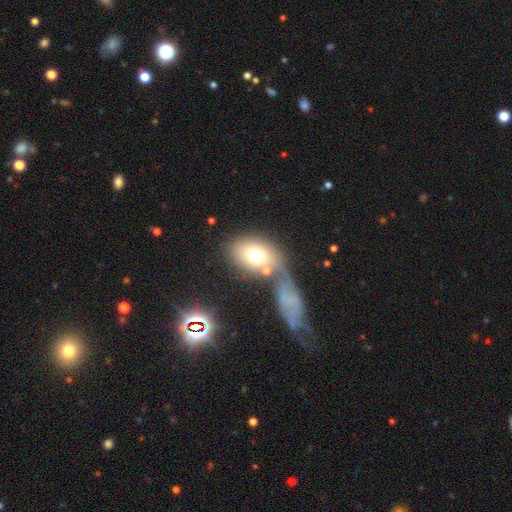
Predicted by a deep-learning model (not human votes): smooth 70%, featured or disk 21%, star or artifact 9%. Down the decision tree: how rounded — in between (74%); merging — none (41%).